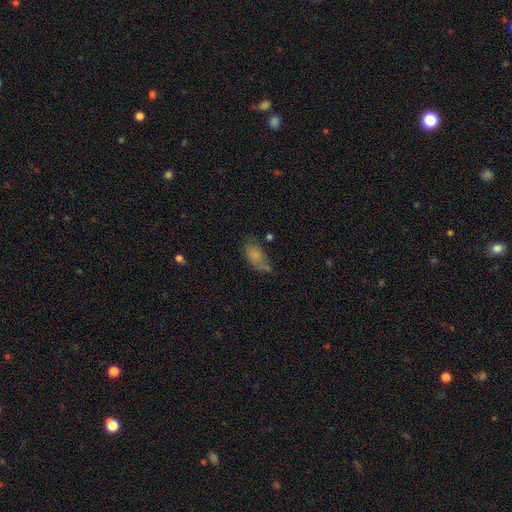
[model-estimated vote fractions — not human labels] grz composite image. It shows a smooth galaxy with no disk features (74%) that is in between round and cigar-shaped (88%). Merging: none (51%).